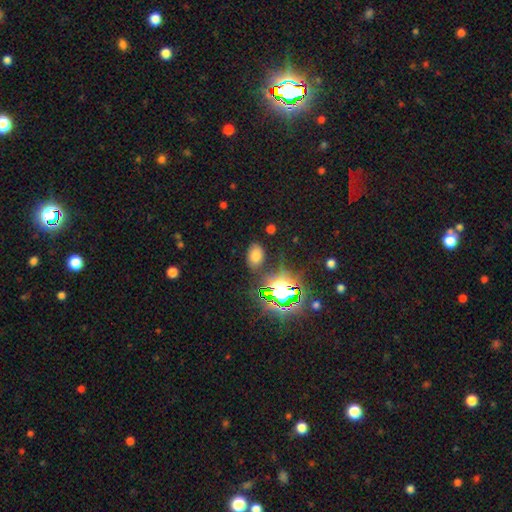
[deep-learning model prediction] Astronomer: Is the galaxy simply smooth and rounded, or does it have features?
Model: smooth — 64%.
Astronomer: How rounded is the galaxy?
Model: in between — 85%.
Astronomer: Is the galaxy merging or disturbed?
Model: none — 79%.